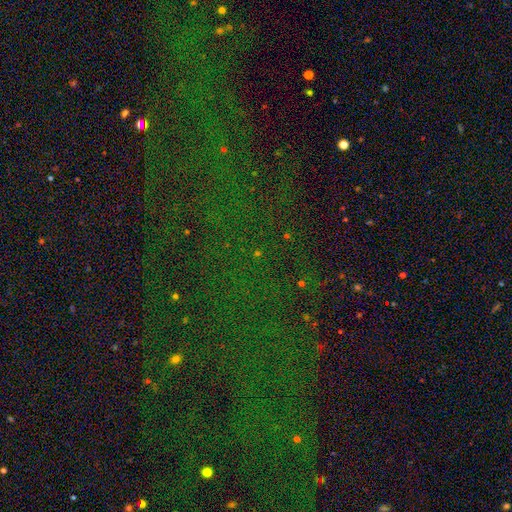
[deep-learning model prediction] smooth-or-featured: star or artifact: 79% | smooth: 11% | featured or disk: 10%